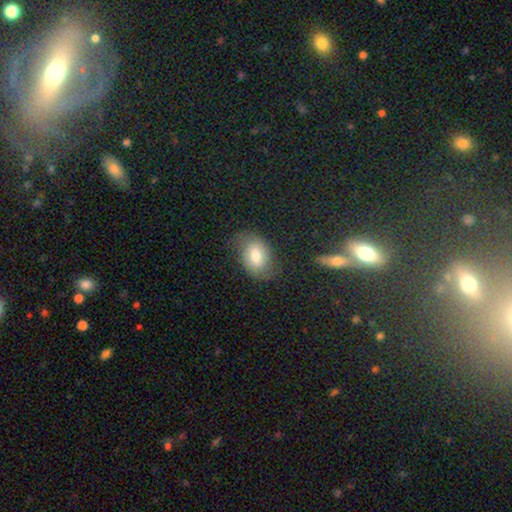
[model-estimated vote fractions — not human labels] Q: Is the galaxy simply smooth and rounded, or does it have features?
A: smooth — 73%.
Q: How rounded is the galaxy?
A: in between — 80%.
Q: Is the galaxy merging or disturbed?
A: none — 67%.